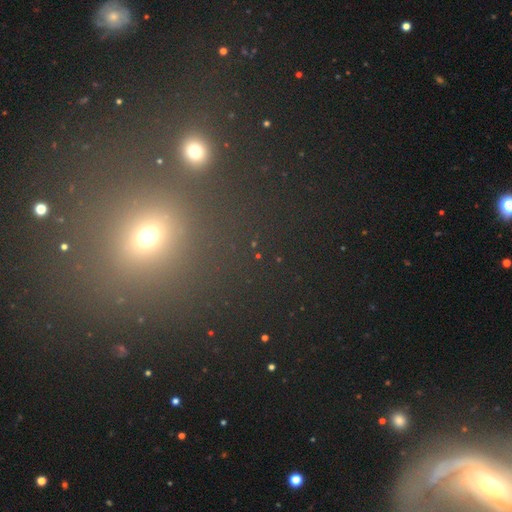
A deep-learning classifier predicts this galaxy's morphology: A star or artifact, not a galaxy (58%).

Vote fractions:
- Smooth or featured? star or artifact: 58% / smooth: 34% / featured or disk: 9%